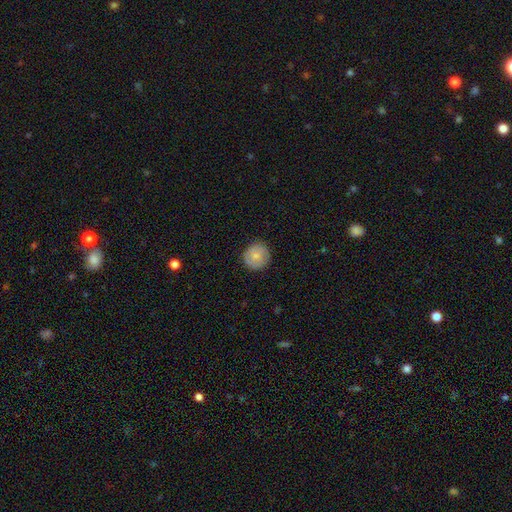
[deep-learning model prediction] smooth-or-featured: smooth: 74% | featured or disk: 19% | star or artifact: 7%
  how-rounded: round: 92% | in between: 7% | cigar-shaped: 1%
  merging: none: 87% | minor disturbance: 10% | major disturbance: 2% | merger: 1%